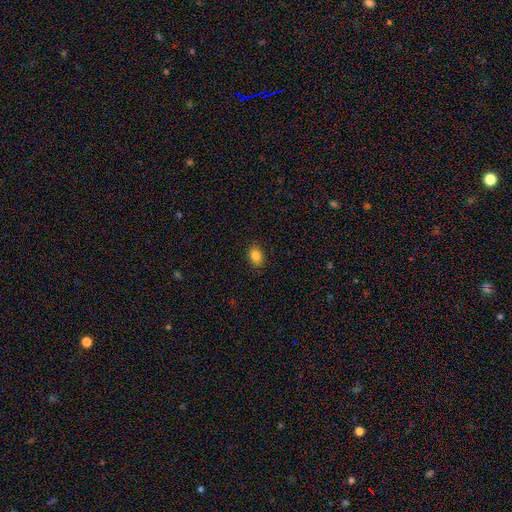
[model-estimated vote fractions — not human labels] smooth-or-featured: smooth: 84% | star or artifact: 10% | featured or disk: 6%
  how-rounded: in between: 64% | round: 35% | cigar-shaped: 1%
  merging: none: 88% | minor disturbance: 9% | major disturbance: 2% | merger: 1%